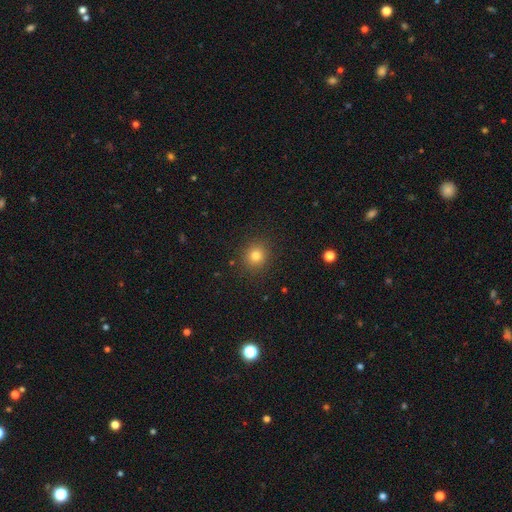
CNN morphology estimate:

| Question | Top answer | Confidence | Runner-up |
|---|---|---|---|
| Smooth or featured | smooth | 80% | star or artifact (13%) |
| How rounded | round | 88% | in between (12%) |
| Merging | none | 90% | minor disturbance (7%) |